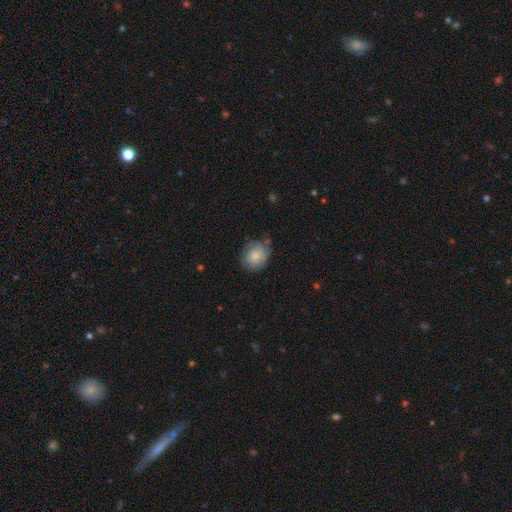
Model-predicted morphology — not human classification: This appears to be a smooth galaxy with no disk features (77%) that is round (68%). Merging: none (63%).